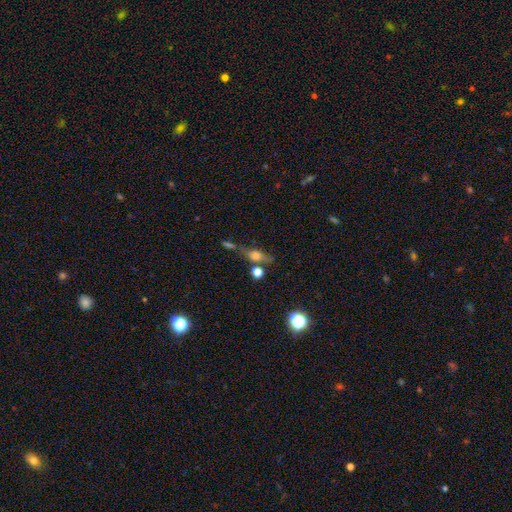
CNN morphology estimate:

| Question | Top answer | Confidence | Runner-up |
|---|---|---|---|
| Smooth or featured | smooth | 43% | featured or disk (42%) |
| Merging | none | 53% | merger (22%) |